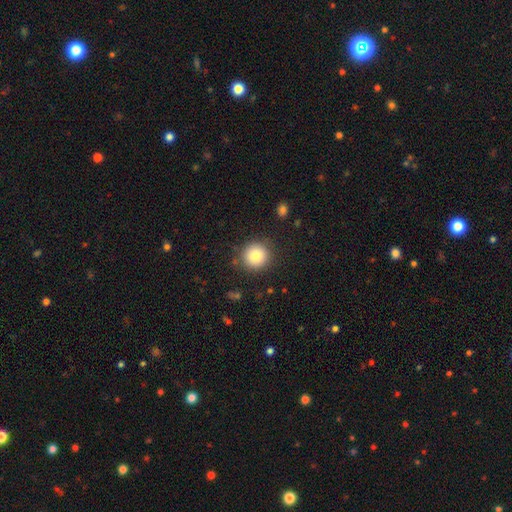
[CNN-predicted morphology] smooth-or-featured: smooth: 83% | star or artifact: 10% | featured or disk: 7%
  how-rounded: round: 94% | in between: 5% | cigar-shaped: 1%
  merging: none: 87% | minor disturbance: 8% | major disturbance: 3% | merger: 2%